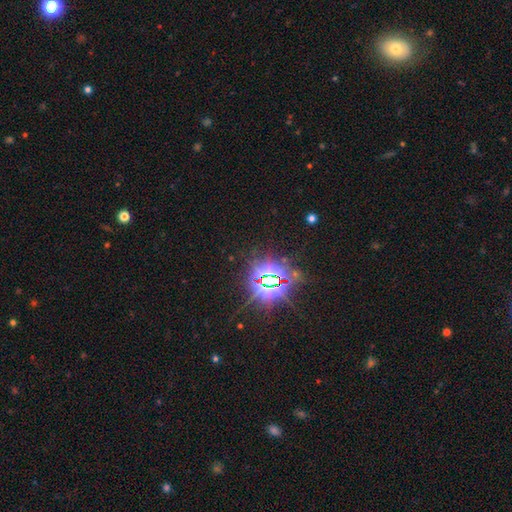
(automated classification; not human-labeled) A star or artifact, not a galaxy (82%).

Vote fractions:
- Smooth or featured? star or artifact: 82% / smooth: 12% / featured or disk: 6%